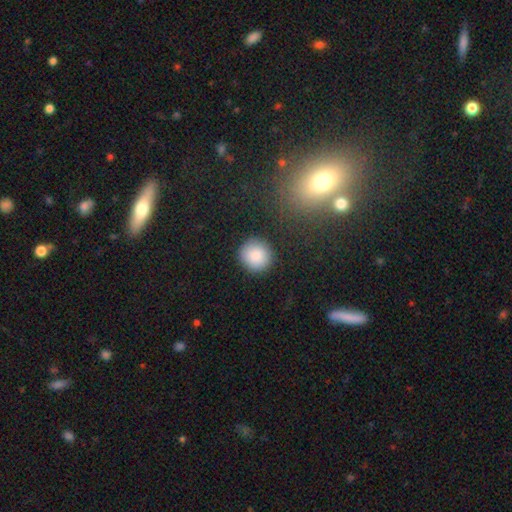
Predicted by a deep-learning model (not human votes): Overall: smooth (87%). How rounded: round (93%). Merging: none (89%).